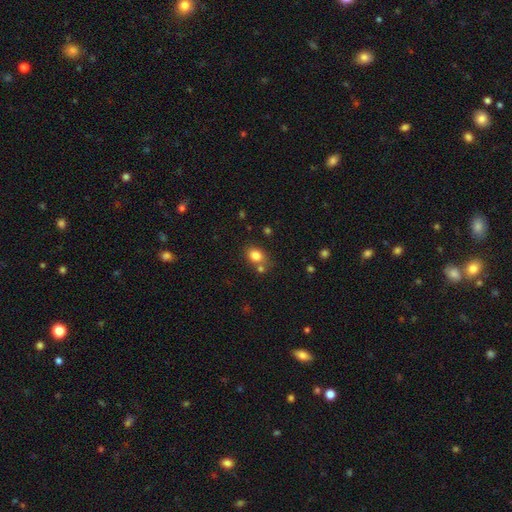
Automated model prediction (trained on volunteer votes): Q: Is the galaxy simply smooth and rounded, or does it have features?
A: smooth — 82%.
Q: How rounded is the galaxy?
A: in between — 53%.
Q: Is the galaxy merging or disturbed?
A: none — 64%.